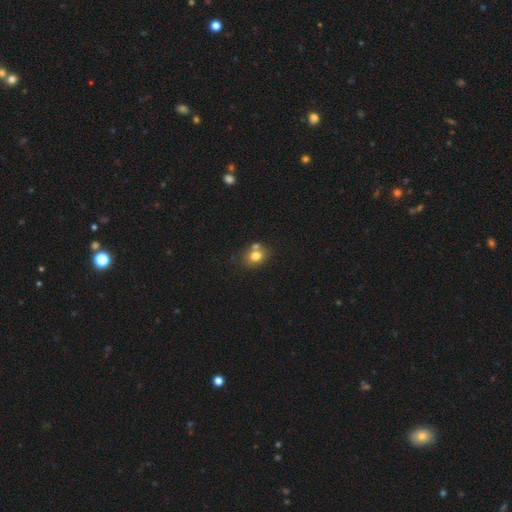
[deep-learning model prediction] Morphology: type=smooth (76%); roundness=round (55%); merging=none (58%).